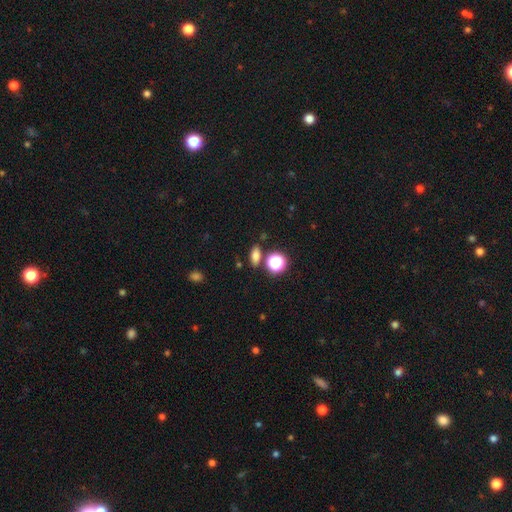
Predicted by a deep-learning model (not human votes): Q: Smooth or featured?
A: smooth (73%); runner-up: star or artifact (17%)
Q: How rounded?
A: in between (69%); runner-up: round (20%)
Q: Merging?
A: none (80%); runner-up: minor disturbance (10%)